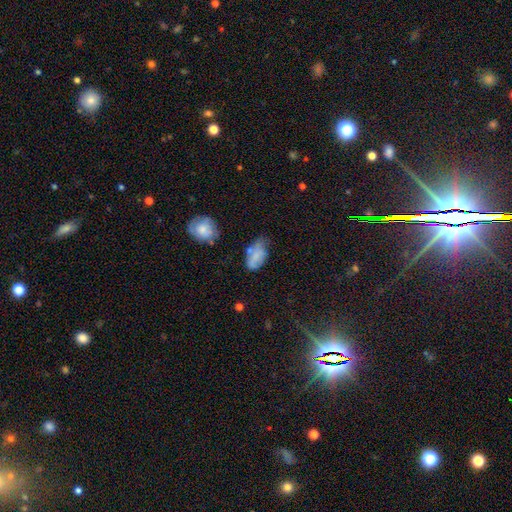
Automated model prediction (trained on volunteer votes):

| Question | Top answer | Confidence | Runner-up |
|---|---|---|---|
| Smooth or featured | smooth | 70% | featured or disk (22%) |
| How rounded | in between | 92% | round (5%) |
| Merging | minor disturbance | 38% | tied: none (38%) |